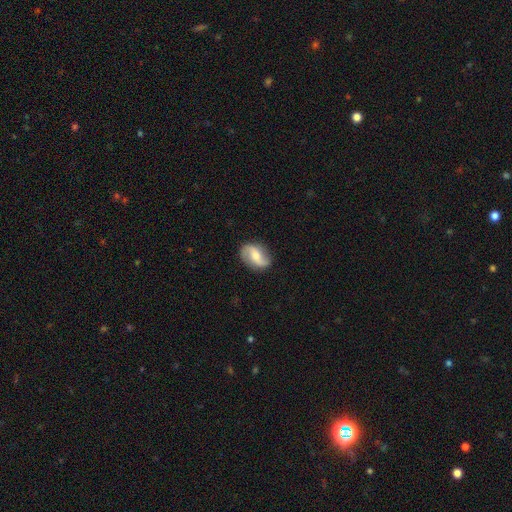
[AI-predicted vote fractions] Smooth or featured? Predicted: featured or disk (p=0.75). Edge-on disk? Predicted: no (p=0.97). Bar? Predicted: weak (p=0.41). Spiral arms? Predicted: yes (p=0.94). Spiral winding? Predicted: loose (p=0.66). Spiral arm count? Predicted: 2 (p=0.93). Bulge size? Predicted: moderate (p=0.56). Merging? Predicted: none (p=0.84).